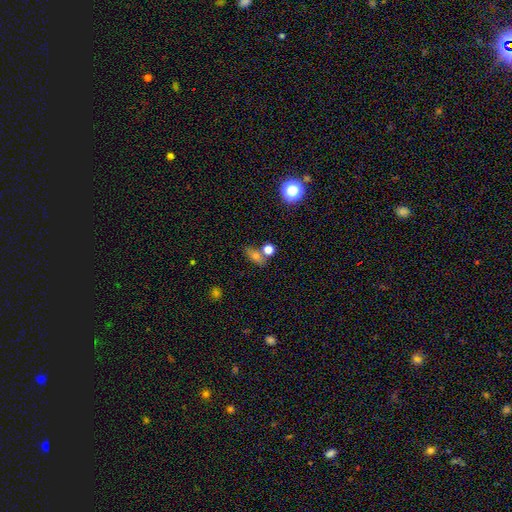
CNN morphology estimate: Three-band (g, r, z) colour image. It shows a smooth galaxy with no disk features (66%) that is in between round and cigar-shaped (60%). Merging: none (58%).